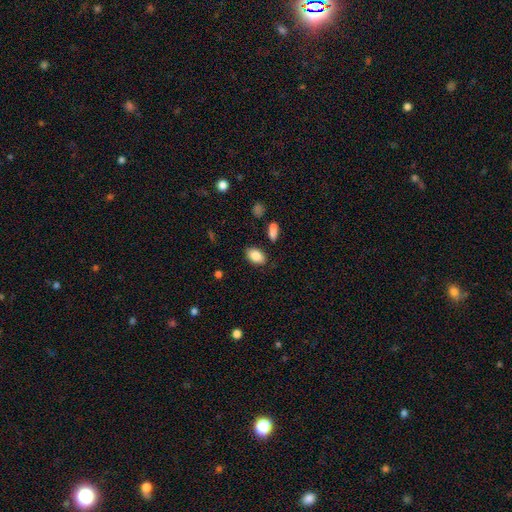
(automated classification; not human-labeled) This is clearly a smooth galaxy (86%). How rounded: clearly in between (89%). Merging: clearly none (83%).